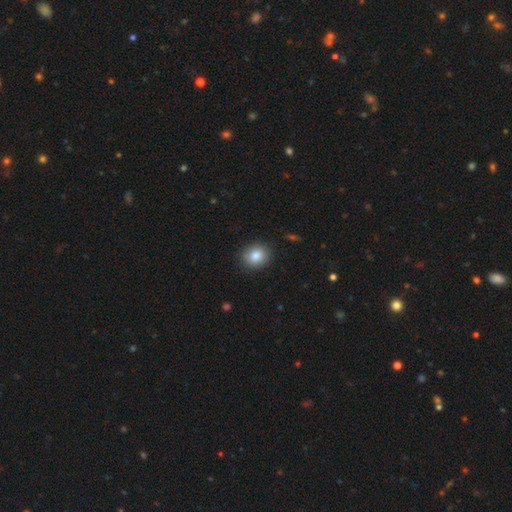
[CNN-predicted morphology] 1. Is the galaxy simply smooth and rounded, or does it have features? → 85% smooth, 8% star or artifact, 6% featured or disk.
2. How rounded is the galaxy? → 58% round, 41% in between, 1% cigar-shaped.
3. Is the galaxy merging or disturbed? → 89% none, 8% minor disturbance, 2% major disturbance, 1% merger.